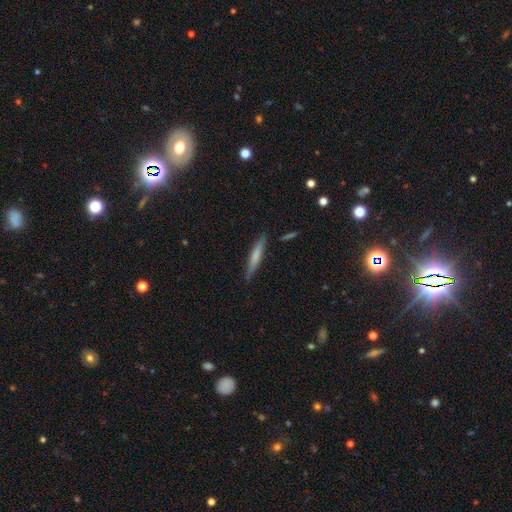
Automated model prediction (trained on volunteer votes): A smooth galaxy with no disk features (58%) that is cigar-shaped (93%).

Vote fractions:
- Smooth or featured? smooth: 58% / featured or disk: 35% / star or artifact: 6%
- How rounded? cigar-shaped: 93% / in between: 6% / round: 1%
- Merging? none: 85% / minor disturbance: 11% / major disturbance: 2% / merger: 2%